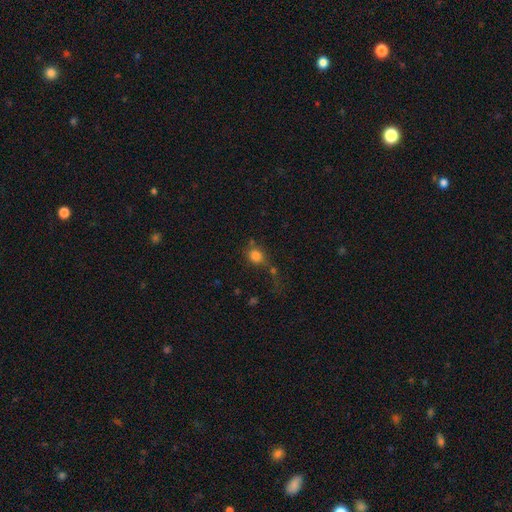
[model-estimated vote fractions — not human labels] A smooth galaxy with no disk features (81%) that is round (75%). Merging: none (53%).